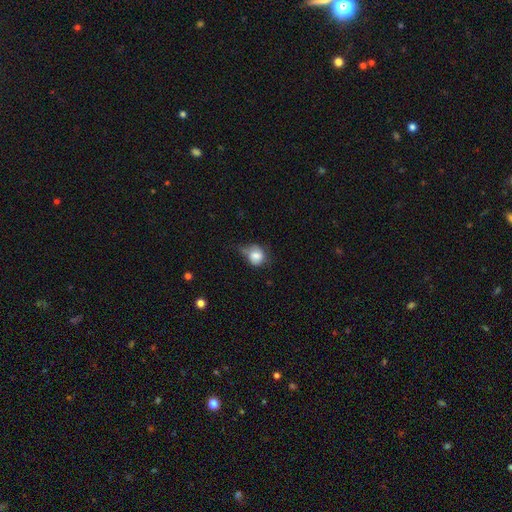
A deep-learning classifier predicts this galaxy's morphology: A smooth galaxy with no disk features (74%) that is round (65%).

Vote fractions:
- Smooth or featured? smooth: 74% / featured or disk: 17% / star or artifact: 9%
- How rounded? round: 65% / in between: 34% / cigar-shaped: 1%
- Merging? minor disturbance: 39% / none: 32% / major disturbance: 22% / merger: 7%